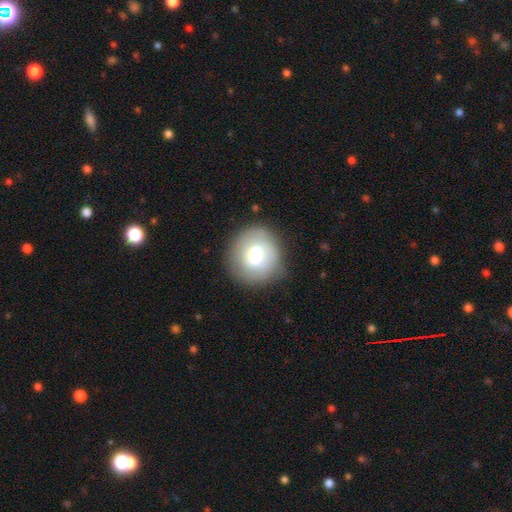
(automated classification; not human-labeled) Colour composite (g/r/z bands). It shows a smooth galaxy with no disk features (66%) that is round (84%). Merging: none (74%).